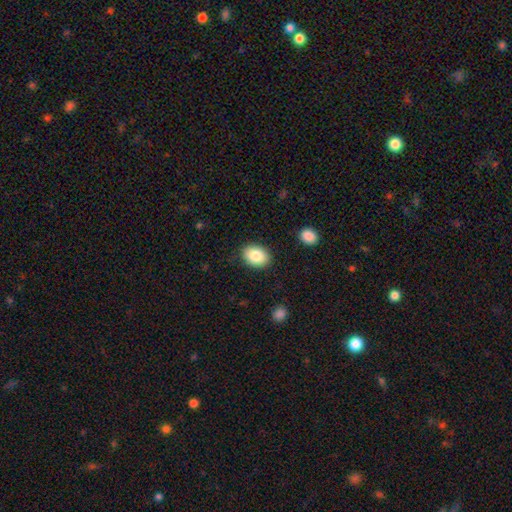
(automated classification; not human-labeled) Smooth or featured?
  - smooth: 85% *
  - featured or disk: 8%
  - star or artifact: 7%
How rounded?
  - in between: 76% *
  - round: 24%
  - cigar-shaped: 1%
Merging?
  - none: 87% *
  - minor disturbance: 9%
  - major disturbance: 2%
  - merger: 1%